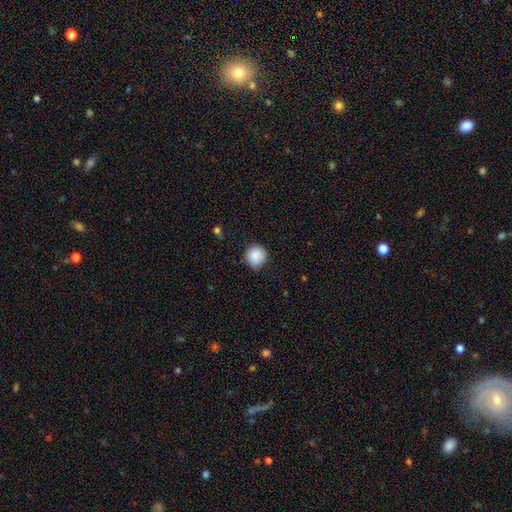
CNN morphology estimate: Smooth or featured?
  - smooth: 88% *
  - star or artifact: 8%
  - featured or disk: 4%
How rounded?
  - round: 93% *
  - in between: 6%
  - cigar-shaped: 1%
Merging?
  - none: 80% *
  - minor disturbance: 16%
  - major disturbance: 3%
  - merger: 1%